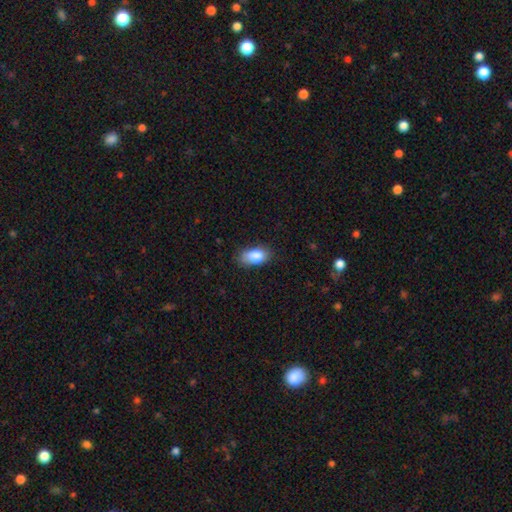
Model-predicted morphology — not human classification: Smooth or featured? Predicted: smooth (p=0.84). How rounded? Predicted: in between (p=0.91). Merging? Predicted: none (p=0.76).